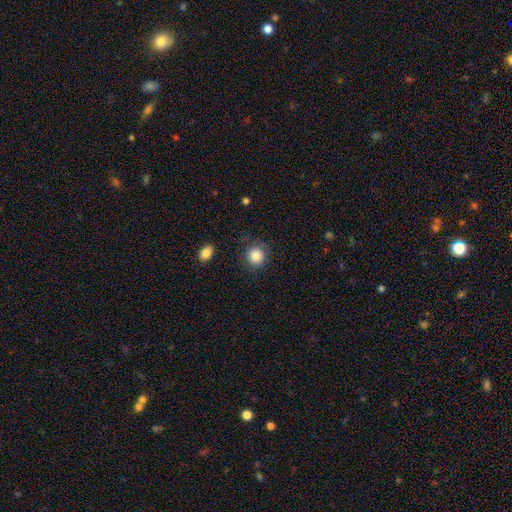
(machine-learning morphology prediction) Overall: smooth (86%). How rounded: round (87%). Merging: none (83%).